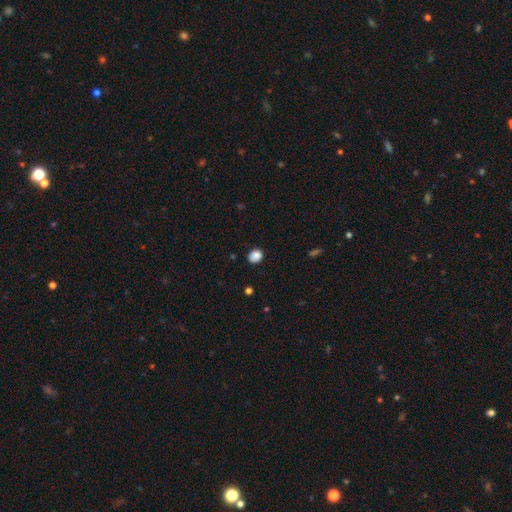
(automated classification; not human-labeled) smooth 87%, star or artifact 9%, featured or disk 4%. Down the decision tree: how rounded — round (59%); merging — none (84%).